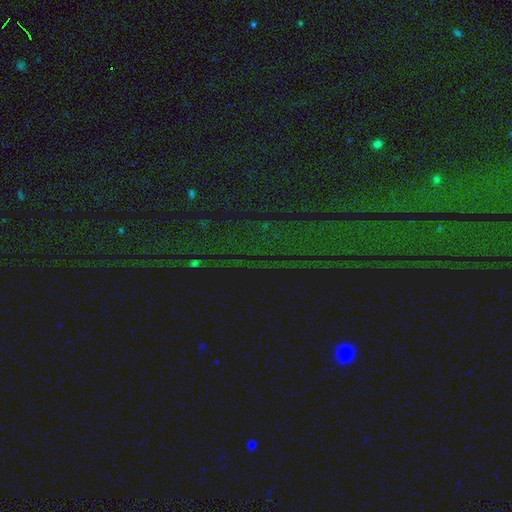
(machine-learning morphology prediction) A star or artifact, not a galaxy (84%).

Vote fractions:
- Smooth or featured? star or artifact: 84% / smooth: 9% / featured or disk: 7%